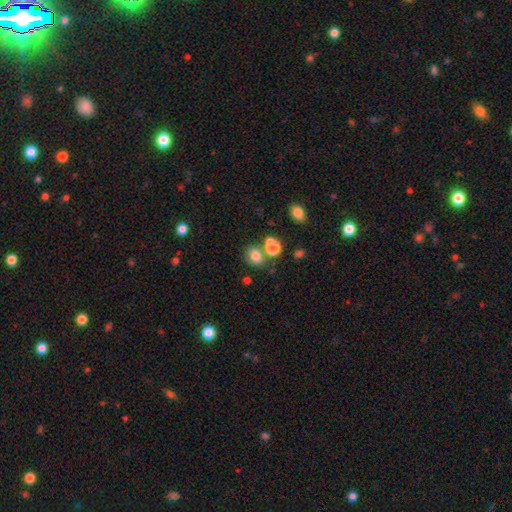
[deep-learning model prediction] smooth-or-featured: smooth: 78% | star or artifact: 13% | featured or disk: 8%
  how-rounded: in between: 51% | round: 48% | cigar-shaped: 1%
  merging: none: 59% | merger: 24% | minor disturbance: 12% | major disturbance: 5%